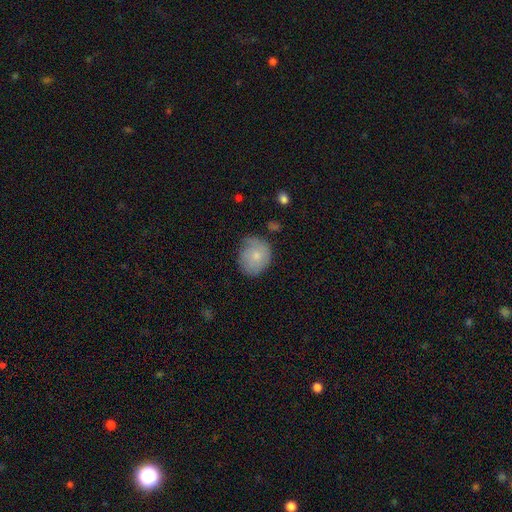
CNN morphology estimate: Smooth or featured: smooth — 68% (featured or disk — 25%)
How rounded: round — 68% (in between — 31%)
Merging: none — 56% (minor disturbance — 32%)